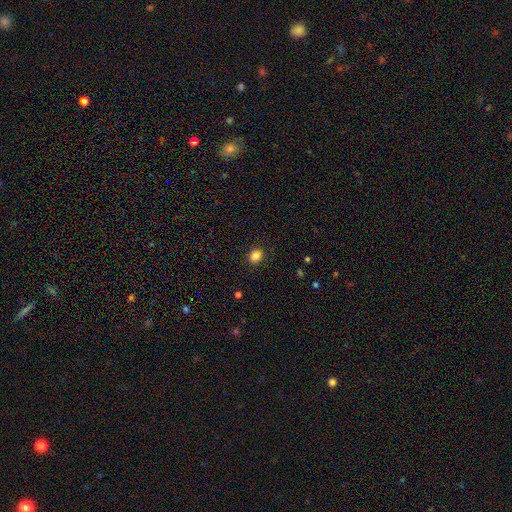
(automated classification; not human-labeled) Smooth or featured? Predicted: smooth (p=0.84). How rounded? Predicted: round (p=0.74). Merging? Predicted: none (p=0.88).